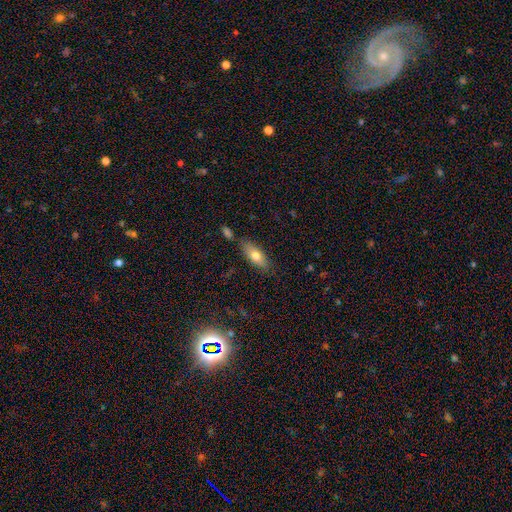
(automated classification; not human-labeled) Smooth or featured? smooth (71%)
How rounded? in between (76%)
Merging? none (77%)